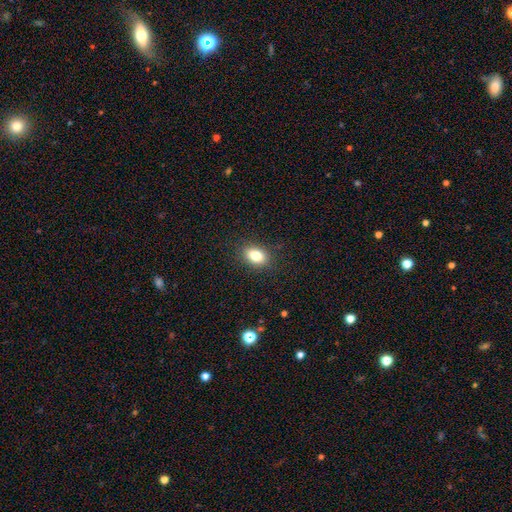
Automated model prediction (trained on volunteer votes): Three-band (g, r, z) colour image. It shows a smooth galaxy with no disk features (82%) that is in between round and cigar-shaped (79%). Merging: none (88%).